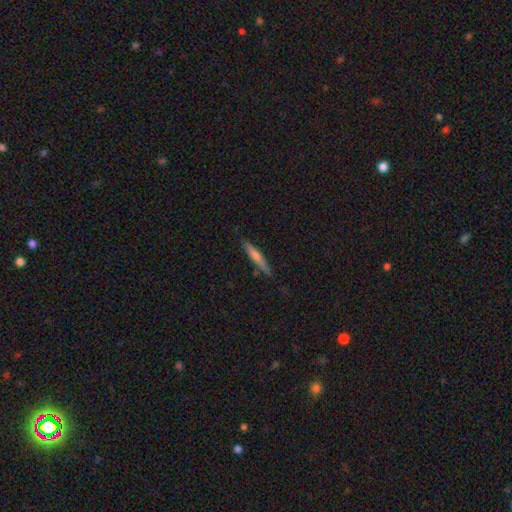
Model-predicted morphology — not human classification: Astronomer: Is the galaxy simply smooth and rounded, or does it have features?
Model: featured or disk — 54% (runner-up: smooth, 39%).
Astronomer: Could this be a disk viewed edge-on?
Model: yes — 96%.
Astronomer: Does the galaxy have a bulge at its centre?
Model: rounded — 62%.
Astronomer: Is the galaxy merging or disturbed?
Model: none — 88%.